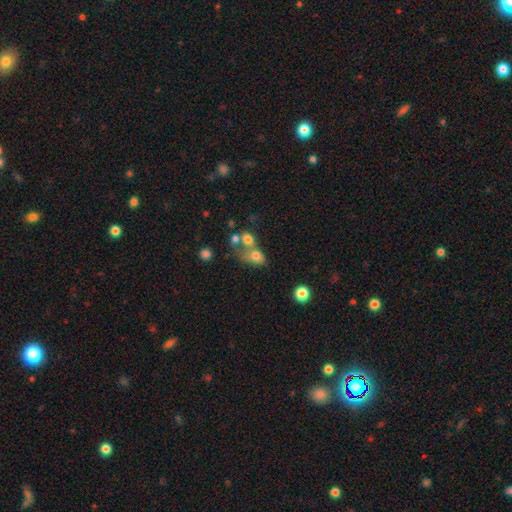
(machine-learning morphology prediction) Smooth or featured?
  - smooth: 72% *
  - featured or disk: 16%
  - star or artifact: 12%
How rounded?
  - in between: 57% *
  - round: 41%
  - cigar-shaped: 2%
Merging?
  - merger: 56% *
  - none: 24%
  - minor disturbance: 10%
  - major disturbance: 10%